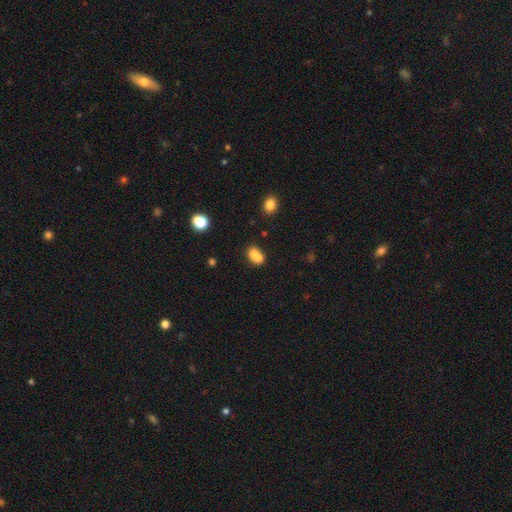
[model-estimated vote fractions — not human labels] smooth-or-featured: smooth: 80% | star or artifact: 10% | featured or disk: 10%
  how-rounded: in between: 76% | round: 22% | cigar-shaped: 2%
  merging: none: 42% | merger: 39% | minor disturbance: 14% | major disturbance: 5%